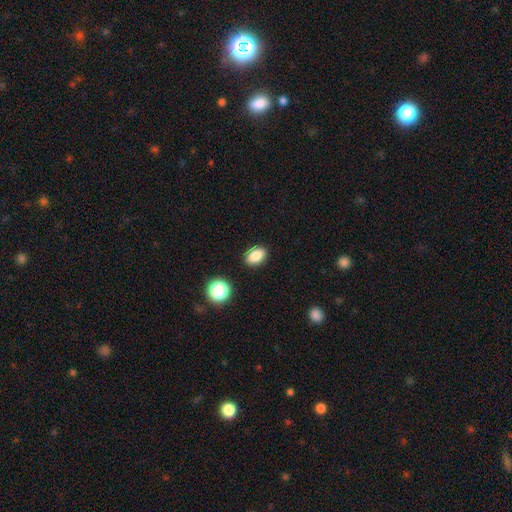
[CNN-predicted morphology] smooth-or-featured: smooth: 84% | star or artifact: 10% | featured or disk: 6%
  how-rounded: in between: 84% | round: 14% | cigar-shaped: 2%
  merging: none: 88% | minor disturbance: 8% | major disturbance: 2% | merger: 2%